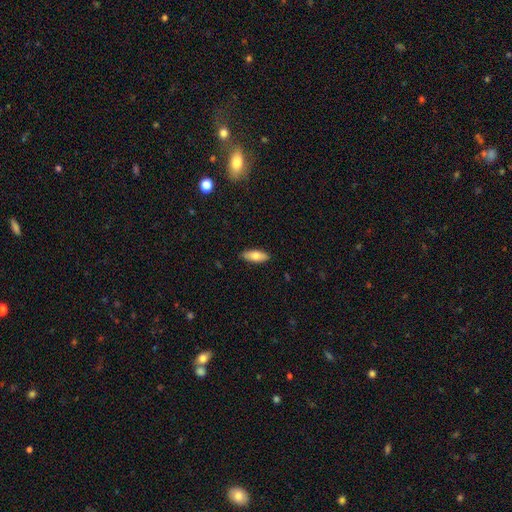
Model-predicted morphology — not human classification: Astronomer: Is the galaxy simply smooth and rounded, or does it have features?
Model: smooth — 79%.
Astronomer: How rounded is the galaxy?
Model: in between — 78%.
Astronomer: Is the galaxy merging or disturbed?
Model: none — 88%.